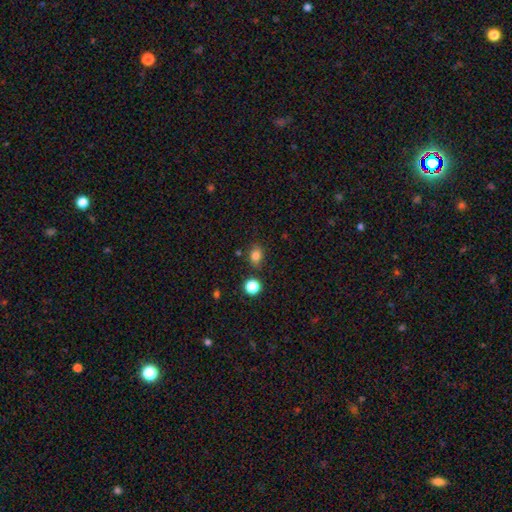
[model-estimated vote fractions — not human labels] This appears to be a smooth galaxy with no disk features (82%) that is in between round and cigar-shaped (60%). Merging: none (78%).